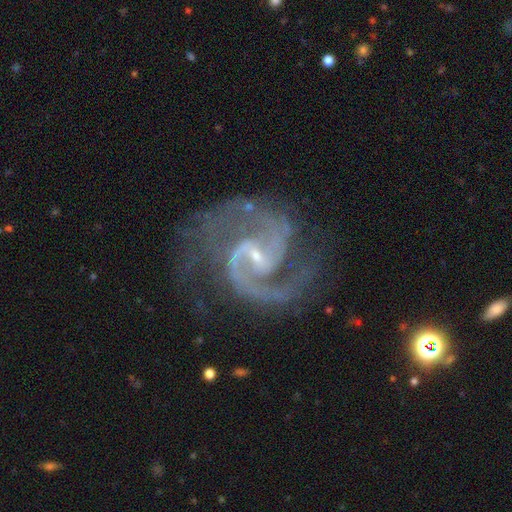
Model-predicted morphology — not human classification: Q: Smooth or featured?
A: featured or disk (94%); runner-up: star or artifact (4%)
Q: Edge-on disk?
A: no (98%); runner-up: yes (2%)
Q: Bar?
A: weak (55%); runner-up: no (24%)
Q: Spiral arms?
A: yes (99%); runner-up: no (1%)
Q: Spiral winding?
A: medium (66%); runner-up: tight (20%)
Q: Spiral arm count?
A: 2 (88%); runner-up: 3 (4%)
Q: Bulge size?
A: small (76%); runner-up: moderate (18%)
Q: Merging?
A: none (64%); runner-up: minor disturbance (19%)